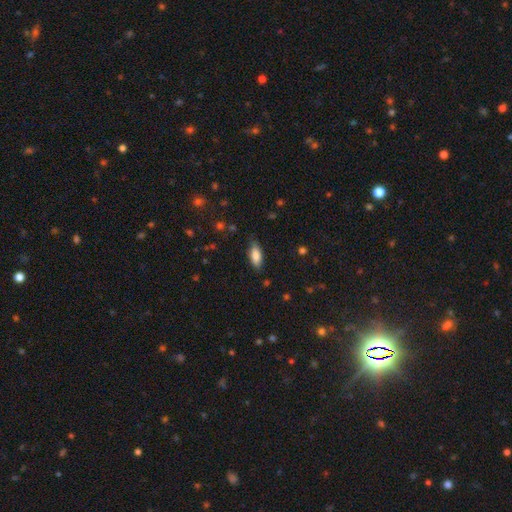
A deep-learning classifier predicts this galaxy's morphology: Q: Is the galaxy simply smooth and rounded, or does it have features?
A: smooth — 82%.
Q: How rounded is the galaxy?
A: in between — 78%.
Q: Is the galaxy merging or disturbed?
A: none — 80%.